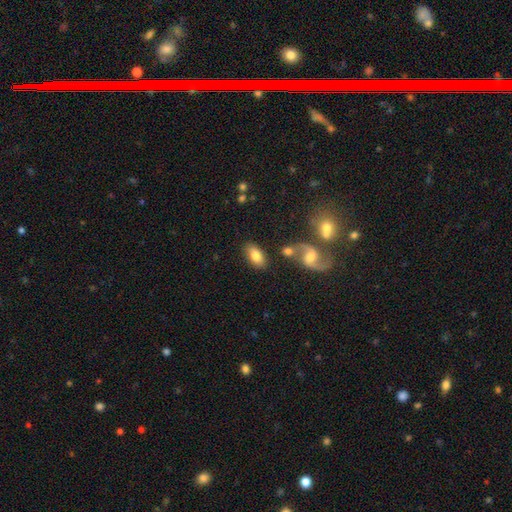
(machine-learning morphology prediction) Smooth or featured?
  - smooth: 75% *
  - featured or disk: 18%
  - star or artifact: 7%
How rounded?
  - in between: 91% *
  - round: 5%
  - cigar-shaped: 4%
Merging?
  - none: 78% *
  - minor disturbance: 11%
  - merger: 8%
  - major disturbance: 3%